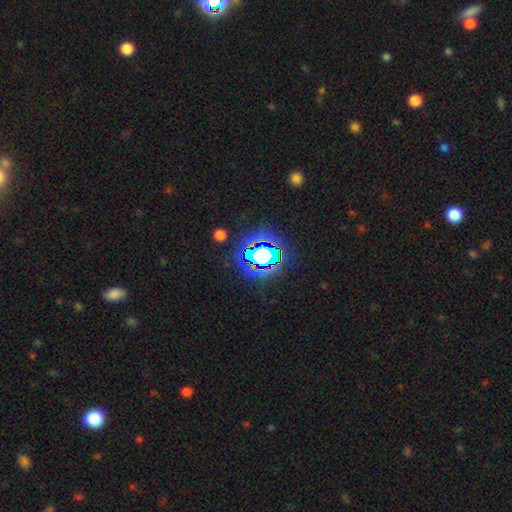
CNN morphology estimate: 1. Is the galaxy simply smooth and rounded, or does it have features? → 74% star or artifact, 16% smooth, 10% featured or disk.